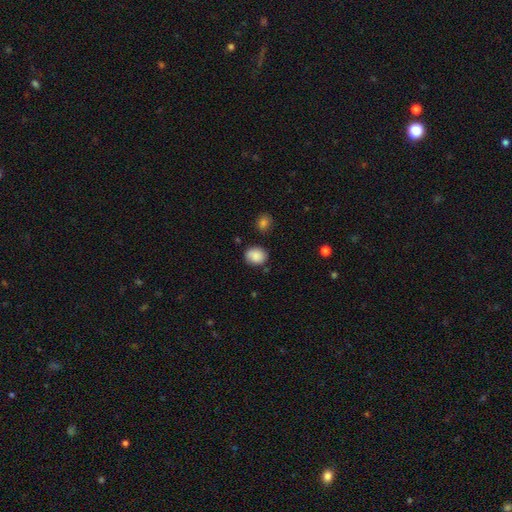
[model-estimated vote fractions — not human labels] Smooth or featured? smooth (86%)
How rounded? round (52%)
Merging? none (76%)